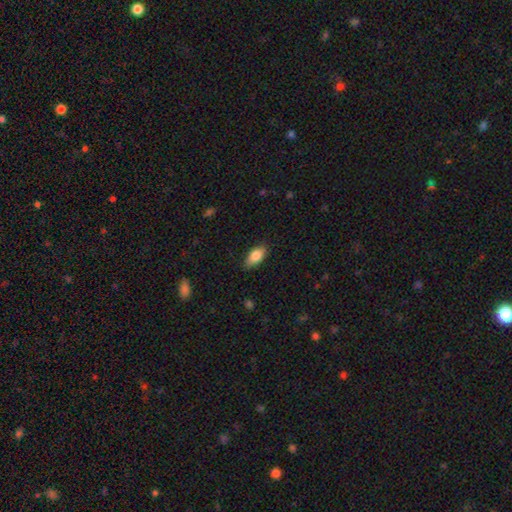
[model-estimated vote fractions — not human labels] A smooth galaxy with no disk features (83%) that is in between round and cigar-shaped (90%).

Vote fractions:
- Smooth or featured? smooth: 83% / featured or disk: 10% / star or artifact: 7%
- How rounded? in between: 90% / cigar-shaped: 7% / round: 4%
- Merging? none: 85% / minor disturbance: 12% / major disturbance: 2% / merger: 1%